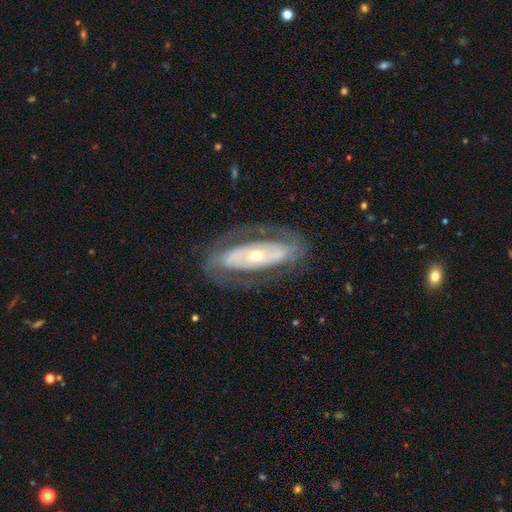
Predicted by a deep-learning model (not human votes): smooth_or_featured: featured or disk (p=0.79) [alt: smooth p=0.16]
disk_edge_on: no (p=0.88) [alt: yes p=0.12]
bar: no (p=0.59) [alt: strong p=0.23]
has_spiral_arms: yes (p=0.65) [alt: no p=0.35]
bulge_size: small (p=0.56) [alt: moderate p=0.37]
merging: none (p=0.73) [alt: minor disturbance p=0.14]